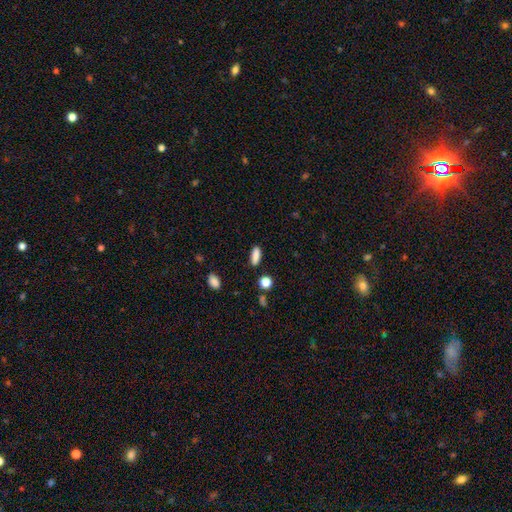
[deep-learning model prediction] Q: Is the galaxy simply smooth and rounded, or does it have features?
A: smooth — 86%.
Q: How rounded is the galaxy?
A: in between — 60%.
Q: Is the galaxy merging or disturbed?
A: none — 84%.